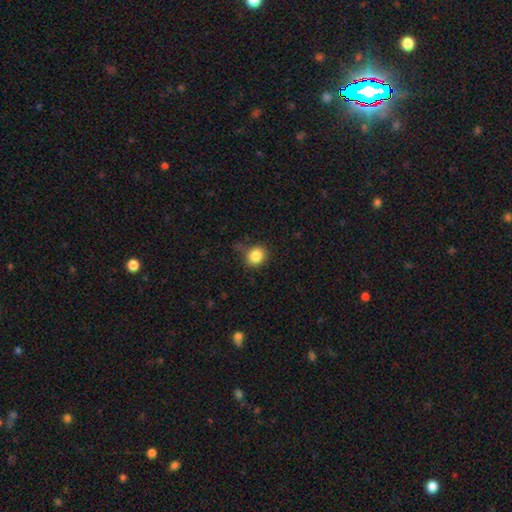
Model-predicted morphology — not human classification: Smooth or featured? Predicted: smooth (p=0.85). How rounded? Predicted: round (p=0.80). Merging? Predicted: none (p=0.76).